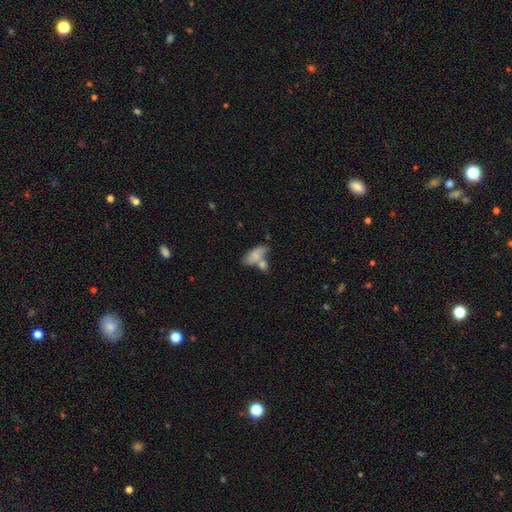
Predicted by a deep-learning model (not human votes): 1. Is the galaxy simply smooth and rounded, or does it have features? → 71% smooth, 21% featured or disk, 8% star or artifact.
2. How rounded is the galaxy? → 87% in between, 8% cigar-shaped, 5% round.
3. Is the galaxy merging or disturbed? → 41% merger, 33% none, 17% minor disturbance, 9% major disturbance.